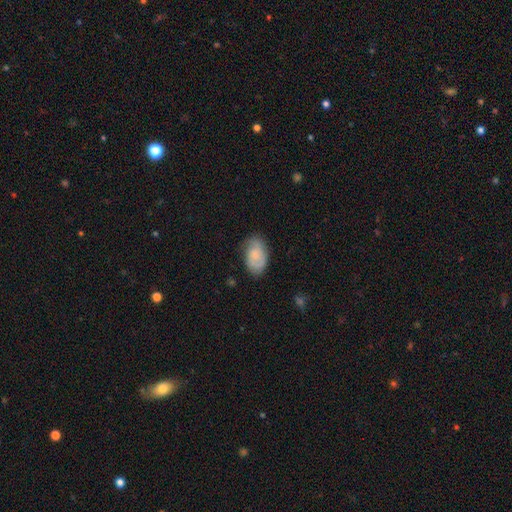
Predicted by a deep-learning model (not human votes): Smooth or featured: featured or disk — 46% (tied with smooth — 46%)
Merging: none — 73% (minor disturbance — 21%)